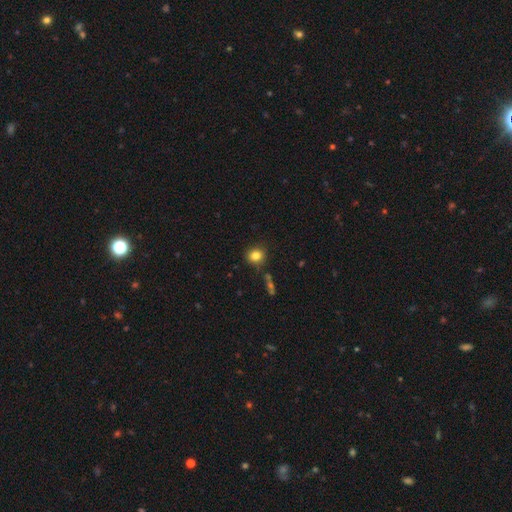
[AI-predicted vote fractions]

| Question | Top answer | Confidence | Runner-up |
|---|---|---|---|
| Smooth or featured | smooth | 82% | star or artifact (11%) |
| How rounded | round | 82% | in between (17%) |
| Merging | none | 84% | minor disturbance (10%) |